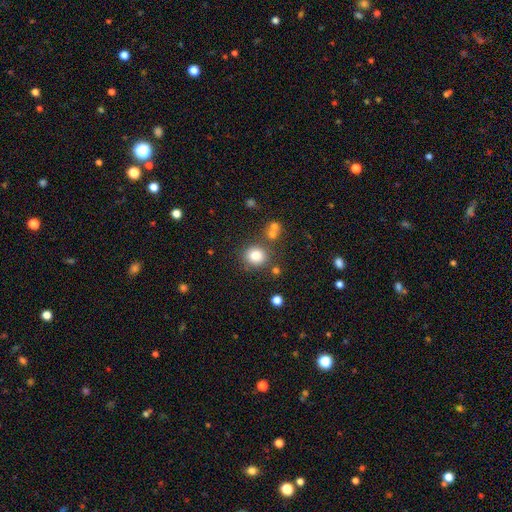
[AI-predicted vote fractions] Smooth or featured? smooth (81%)
How rounded? round (84%)
Merging? none (76%)